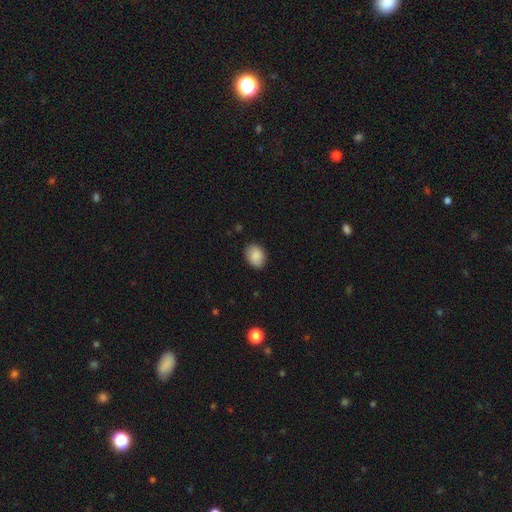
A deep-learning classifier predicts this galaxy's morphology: The model was most divided on "how rounded": in between: 68%, round: 31%, cigar-shaped: 1%. More confident: smooth or featured — smooth (88%); merging — none (84%).